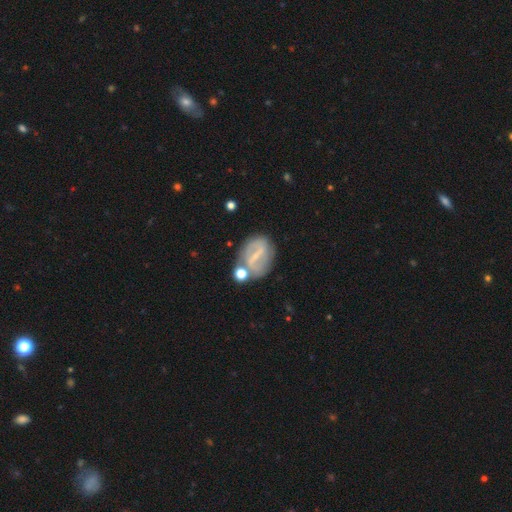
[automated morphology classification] Overall: featured or disk (71%). Edge-on disk: no (94%). Bar: strong (53%; weak 35%). Spiral arms: yes (71%). Bulge size: small (64%). Merging: none (62%).